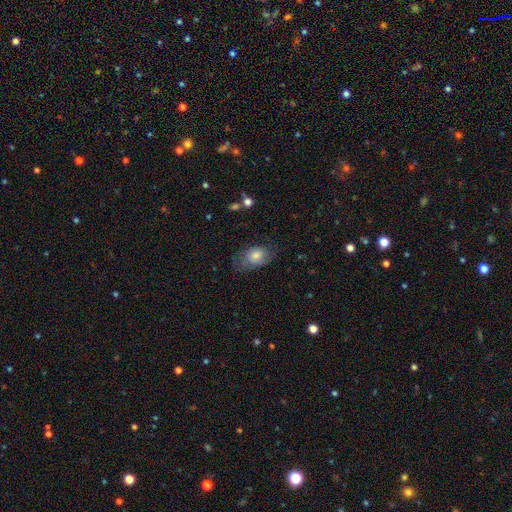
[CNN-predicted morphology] smooth_or_featured: smooth (p=0.63) [alt: featured or disk p=0.28]
how_rounded: in between (p=0.85) [alt: round p=0.13]
merging: none (p=0.61) [alt: minor disturbance p=0.26]